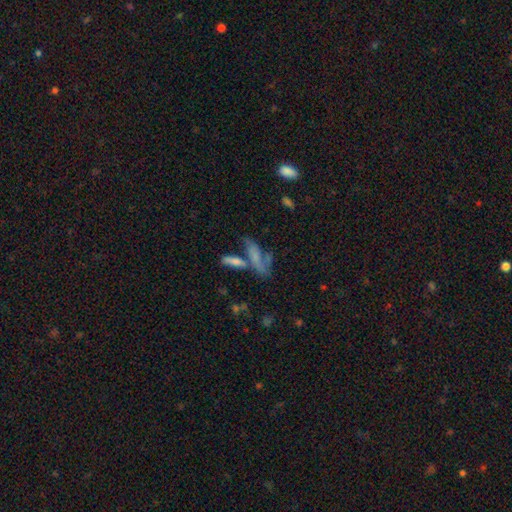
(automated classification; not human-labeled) The model was most divided on "merging": merger: 36%, none: 35%, minor disturbance: 15%, major disturbance: 14%. Remaining: smooth or featured — smooth (48%).